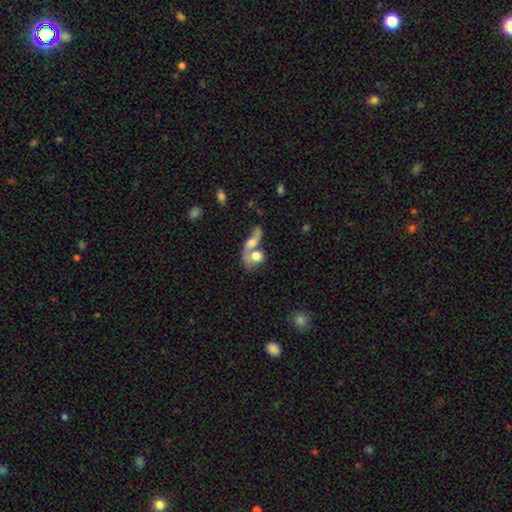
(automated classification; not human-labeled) This is likely a smooth galaxy (60%). How rounded: possibly in between (56%). Merging: likely merger (70%).